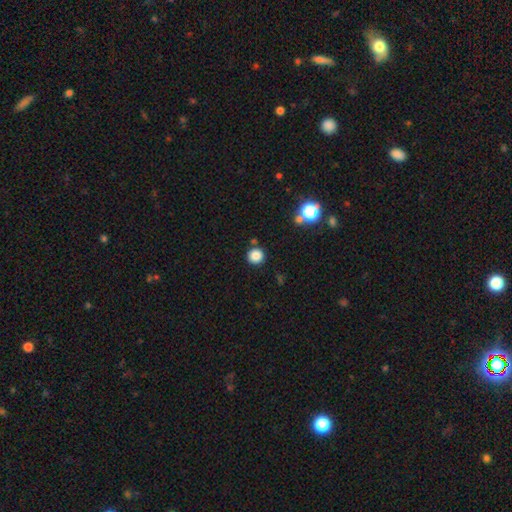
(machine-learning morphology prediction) Smooth or featured: smooth — 84% (star or artifact — 12%)
How rounded: round — 95% (in between — 4%)
Merging: none — 85% (minor disturbance — 7%)